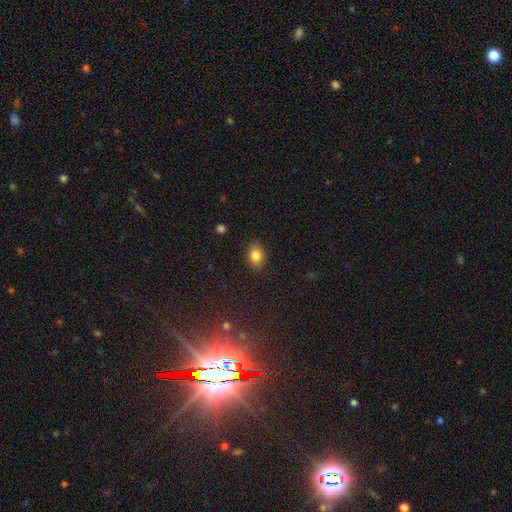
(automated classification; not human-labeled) This is clearly a smooth galaxy (84%). How rounded: likely in between (74%). Merging: clearly none (85%).